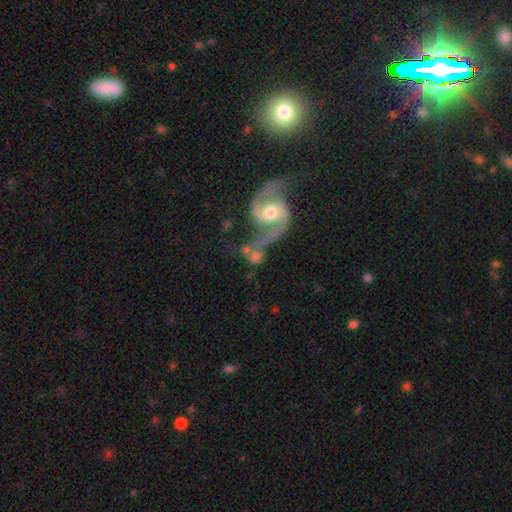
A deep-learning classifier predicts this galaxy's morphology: Q: Smooth or featured?
A: featured or disk (66%); runner-up: smooth (25%)
Q: Edge-on disk?
A: no (96%); runner-up: yes (4%)
Q: Bar?
A: no (48%); runner-up: weak (38%)
Q: Spiral arms?
A: yes (89%); runner-up: no (11%)
Q: Spiral winding?
A: loose (55%); runner-up: medium (35%)
Q: Spiral arm count?
A: 2 (90%); runner-up: 1 (5%)
Q: Bulge size?
A: moderate (61%); runner-up: small (24%)
Q: Merging?
A: none (42%); runner-up: merger (31%)